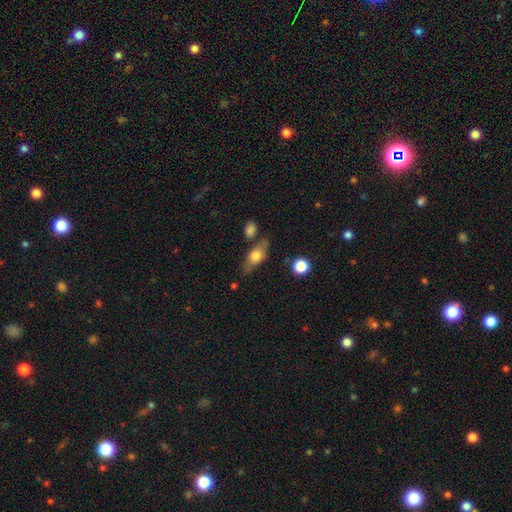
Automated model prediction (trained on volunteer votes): This is possibly a smooth galaxy (59%). How rounded: likely in between (68%). Merging: likely none (68%).